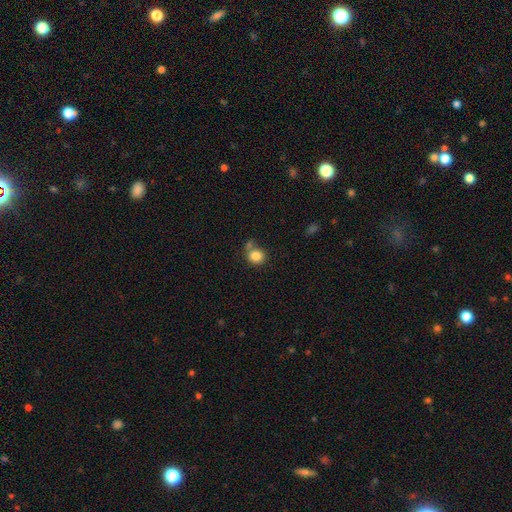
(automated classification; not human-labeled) Smooth or featured?
  - smooth: 84% *
  - star or artifact: 10%
  - featured or disk: 7%
How rounded?
  - round: 81% *
  - in between: 18%
  - cigar-shaped: 1%
Merging?
  - none: 56% *
  - merger: 19%
  - minor disturbance: 17%
  - major disturbance: 8%